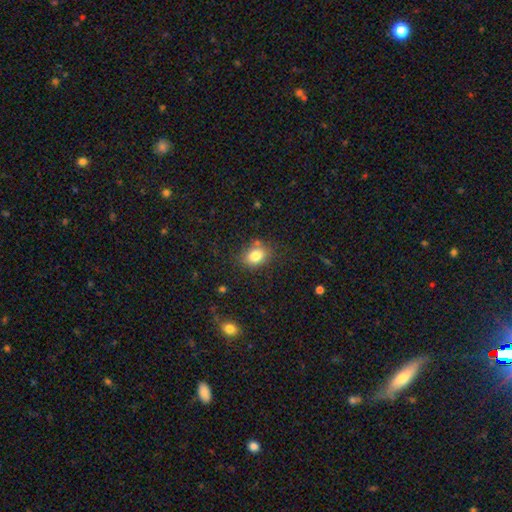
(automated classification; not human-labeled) The model was most divided on "how rounded": in between: 57%, round: 42%, cigar-shaped: 1%. More confident: smooth or featured — smooth (82%); merging — none (77%).